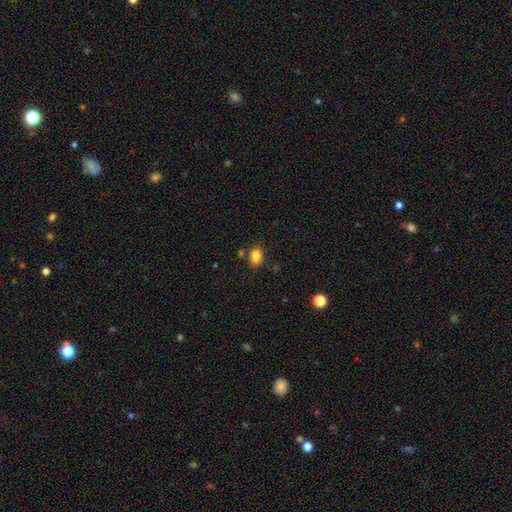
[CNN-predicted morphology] type=smooth (82%); roundness=in between (77%); merging=none (64%).